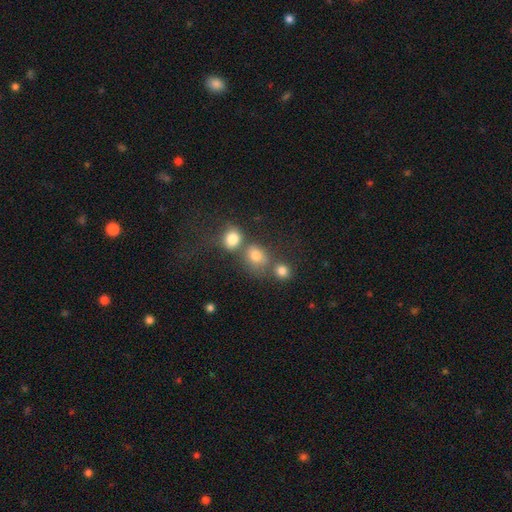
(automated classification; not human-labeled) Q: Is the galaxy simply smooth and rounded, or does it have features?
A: smooth — 77%.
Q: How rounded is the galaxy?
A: round — 62%.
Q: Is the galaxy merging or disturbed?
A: none — 44%.